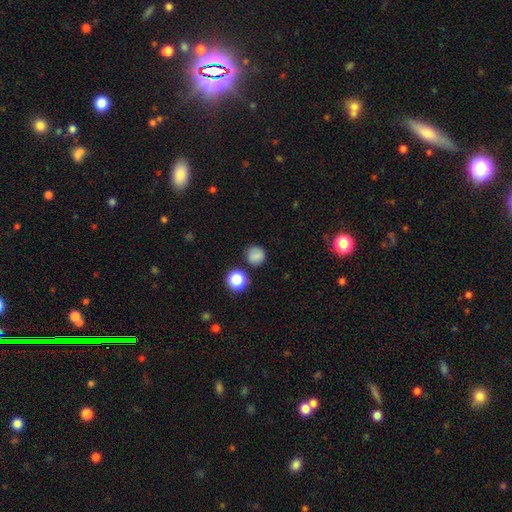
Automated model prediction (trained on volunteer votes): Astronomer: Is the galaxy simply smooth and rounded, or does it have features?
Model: smooth — 81%.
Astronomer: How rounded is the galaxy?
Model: round — 88%.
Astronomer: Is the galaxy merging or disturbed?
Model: none — 78%.